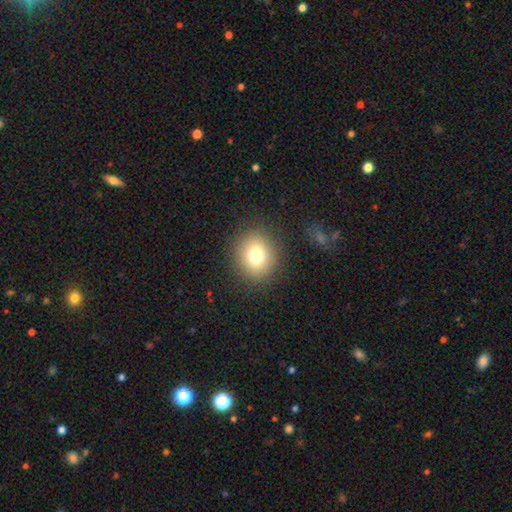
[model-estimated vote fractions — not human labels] Morphology: type=smooth (76%); roundness=round (80%); merging=none (89%).